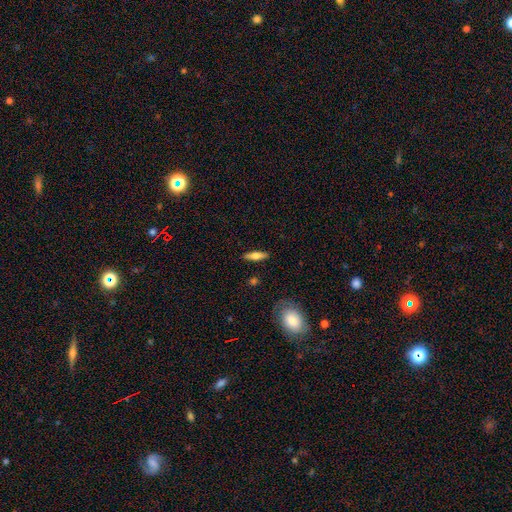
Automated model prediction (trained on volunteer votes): Q: Smooth or featured?
A: smooth (58%); runner-up: featured or disk (36%)
Q: How rounded?
A: cigar-shaped (59%); runner-up: in between (38%)
Q: Merging?
A: none (88%); runner-up: minor disturbance (9%)